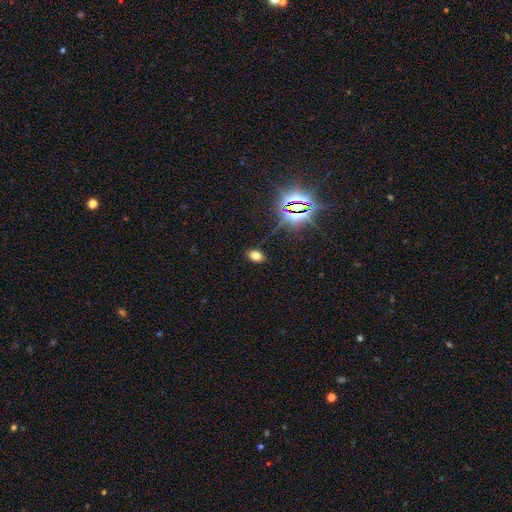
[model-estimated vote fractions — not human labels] A smooth galaxy with no disk features (68%) that is in between round and cigar-shaped (86%). Merging: none (86%).